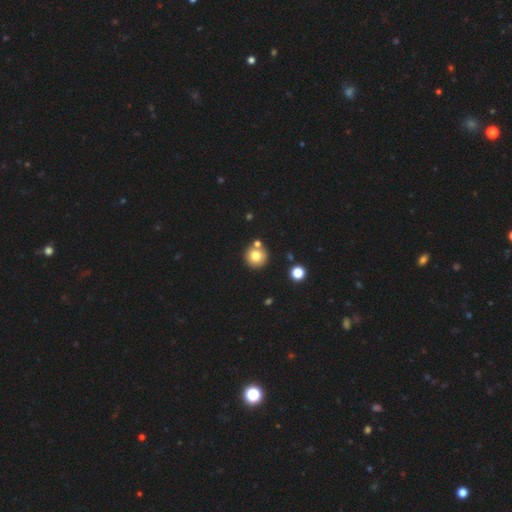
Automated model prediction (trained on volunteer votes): Smooth or featured: smooth — 76% (star or artifact — 12%)
How rounded: round — 94% (in between — 5%)
Merging: none — 75% (merger — 15%)